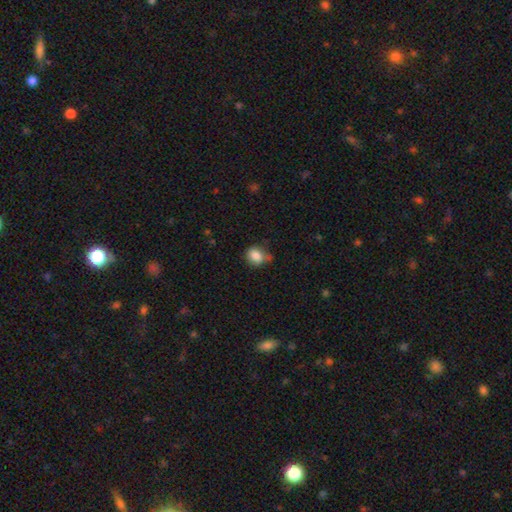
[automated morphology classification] Overall: smooth (84%). How rounded: round (62%; in between 37%). Merging: none (58%; minor disturbance 30%).